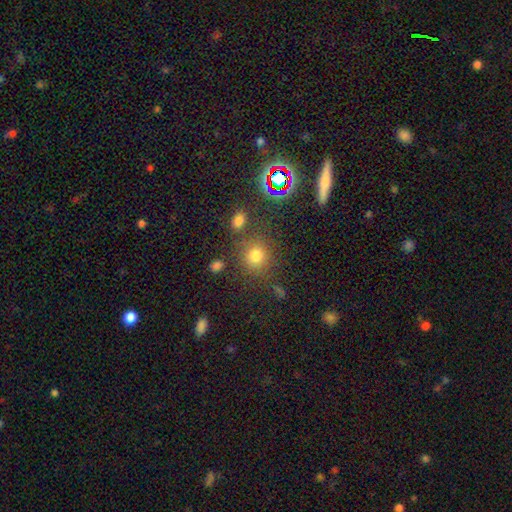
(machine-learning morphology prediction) Q: Smooth or featured?
A: smooth (73%); runner-up: star or artifact (19%)
Q: How rounded?
A: round (85%); runner-up: in between (14%)
Q: Merging?
A: none (75%); runner-up: minor disturbance (11%)